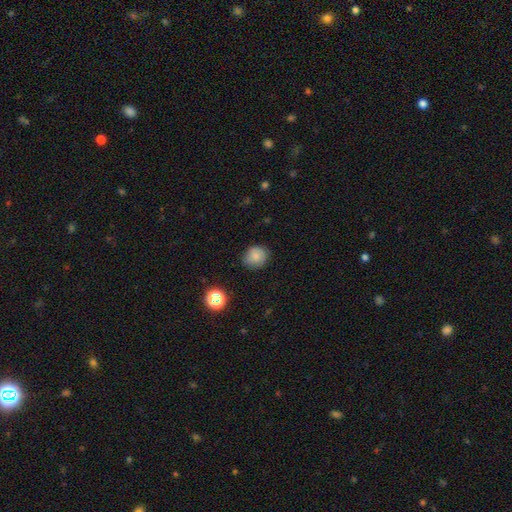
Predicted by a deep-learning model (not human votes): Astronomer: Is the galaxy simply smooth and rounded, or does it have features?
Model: smooth — 82%.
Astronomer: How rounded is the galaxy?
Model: round — 80%.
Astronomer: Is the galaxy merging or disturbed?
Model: none — 82%.